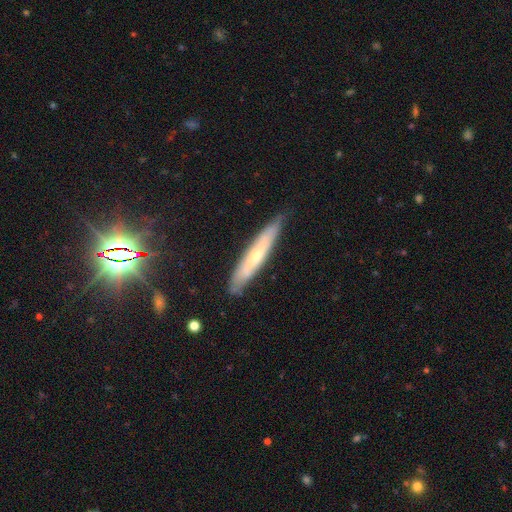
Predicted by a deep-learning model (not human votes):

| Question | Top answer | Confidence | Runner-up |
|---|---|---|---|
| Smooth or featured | featured or disk | 52% | smooth (42%) |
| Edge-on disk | yes | 74% | no (26%) |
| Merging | none | 80% | minor disturbance (16%) |